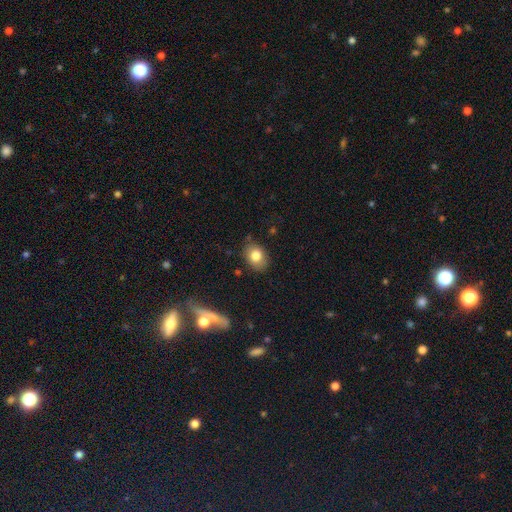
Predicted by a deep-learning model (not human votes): A smooth galaxy with no disk features (80%) that is in between round and cigar-shaped (61%).

Vote fractions:
- Smooth or featured? smooth: 80% / featured or disk: 11% / star or artifact: 9%
- How rounded? in between: 61% / round: 37% / cigar-shaped: 1%
- Merging? none: 80% / minor disturbance: 15% / major disturbance: 3% / merger: 2%